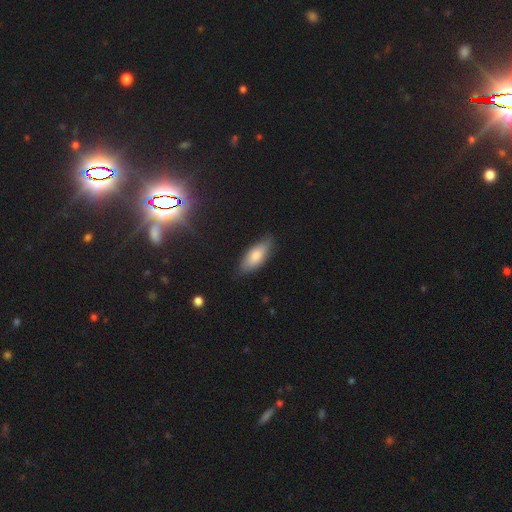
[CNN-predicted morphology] Smooth or featured?
  - smooth: 78% *
  - featured or disk: 15%
  - star or artifact: 6%
How rounded?
  - in between: 81% *
  - cigar-shaped: 17%
  - round: 2%
Merging?
  - none: 78% *
  - minor disturbance: 18%
  - major disturbance: 3%
  - merger: 1%